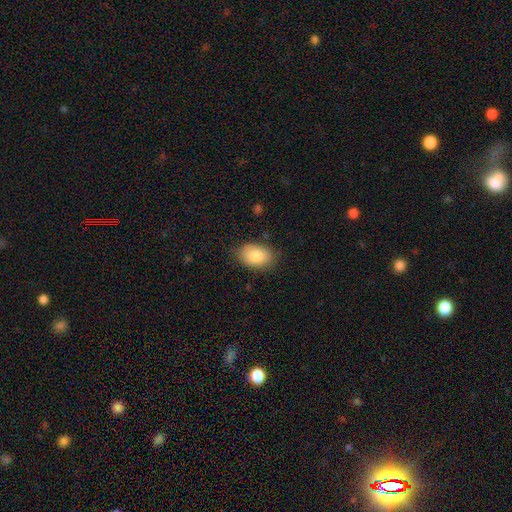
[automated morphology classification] This is clearly a smooth galaxy (84%). How rounded: clearly in between (87%). Merging: clearly none (81%).